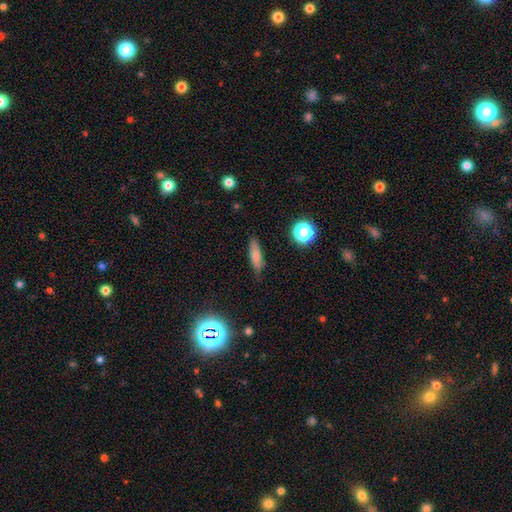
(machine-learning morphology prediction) smooth_or_featured: smooth (p=0.77) [alt: featured or disk p=0.13]
how_rounded: cigar-shaped (p=0.65) [alt: in between p=0.32]
merging: none (p=0.81) [alt: minor disturbance p=0.14]